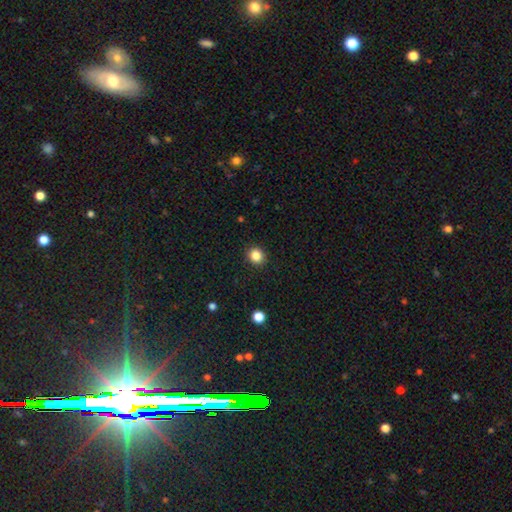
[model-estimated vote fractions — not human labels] Morphology: type=smooth (85%); roundness=round (84%); merging=none (92%).